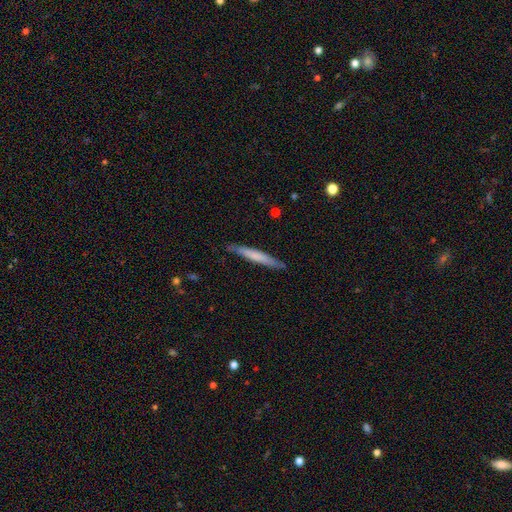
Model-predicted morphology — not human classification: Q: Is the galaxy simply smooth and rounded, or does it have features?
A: smooth — 63%.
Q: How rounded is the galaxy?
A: cigar-shaped — 95%.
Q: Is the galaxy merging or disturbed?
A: none — 84%.